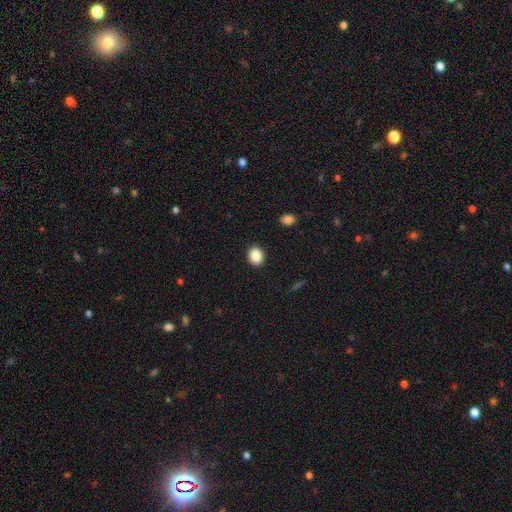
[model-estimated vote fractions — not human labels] smooth_or_featured: smooth (p=0.87) [alt: star or artifact p=0.09]
how_rounded: round (p=0.56) [alt: in between p=0.43]
merging: none (p=0.91) [alt: minor disturbance p=0.06]